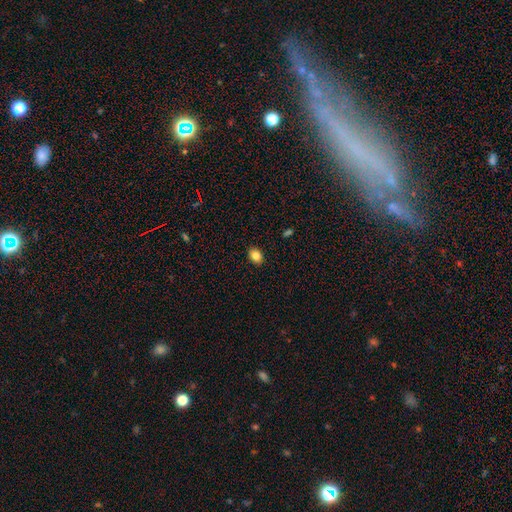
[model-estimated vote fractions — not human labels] This appears to be a smooth galaxy with no disk features (84%) that is in between round and cigar-shaped (69%). Merging: none (90%).